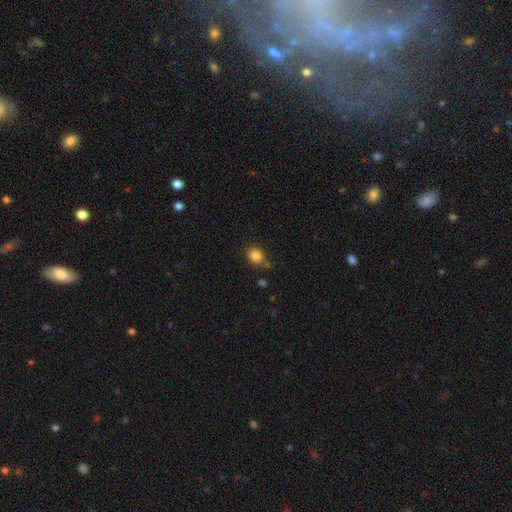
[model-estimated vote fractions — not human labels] Overall: smooth (85%). How rounded: round (61%; in between 38%). Merging: none (74%).